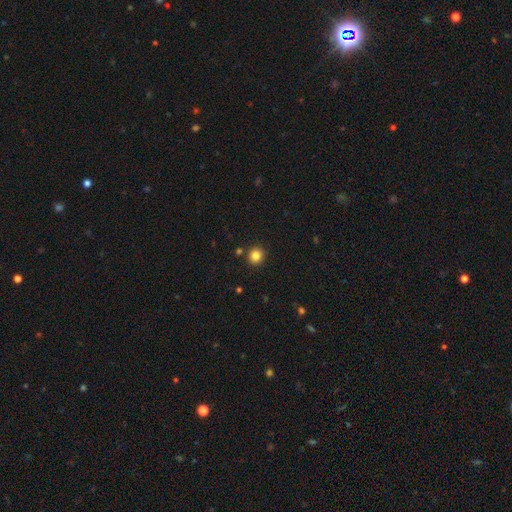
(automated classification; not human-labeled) Smooth or featured?
  - smooth: 83% *
  - star or artifact: 12%
  - featured or disk: 5%
How rounded?
  - round: 92% *
  - in between: 7%
  - cigar-shaped: 1%
Merging?
  - none: 90% *
  - minor disturbance: 5%
  - merger: 3%
  - major disturbance: 2%